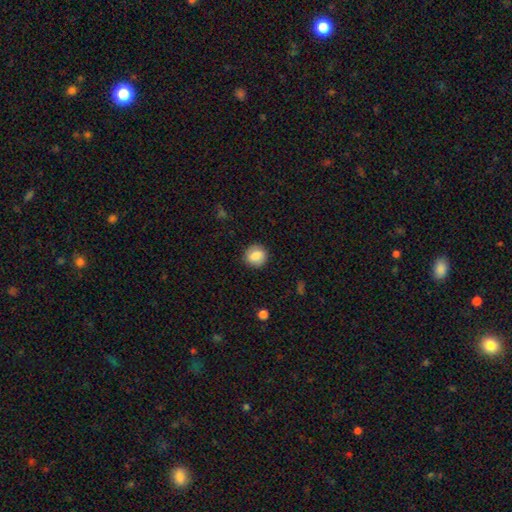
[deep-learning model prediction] A smooth galaxy with no disk features (81%) that is round (81%). Merging: none (87%).